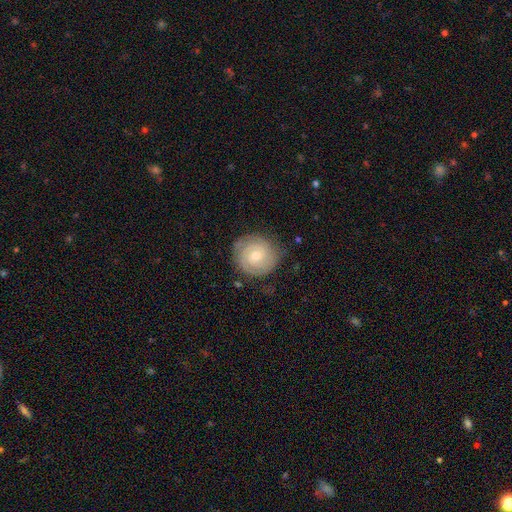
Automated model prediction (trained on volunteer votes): Q: Smooth or featured?
A: featured or disk (73%); runner-up: smooth (21%)
Q: Edge-on disk?
A: no (98%); runner-up: yes (2%)
Q: Bar?
A: no (63%); runner-up: weak (32%)
Q: Spiral arms?
A: yes (93%); runner-up: no (7%)
Q: Spiral winding?
A: tight (77%); runner-up: medium (19%)
Q: Spiral arm count?
A: 2 (47%); runner-up: can't tell (26%)
Q: Bulge size?
A: small (49%); runner-up: moderate (47%)
Q: Merging?
A: none (79%); runner-up: minor disturbance (15%)